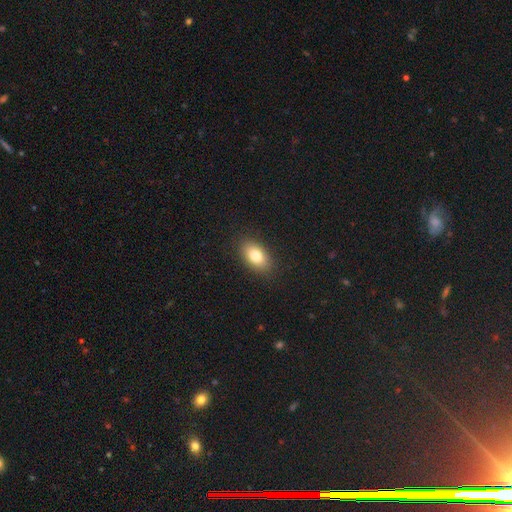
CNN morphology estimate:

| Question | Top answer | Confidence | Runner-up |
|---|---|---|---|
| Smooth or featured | smooth | 79% | featured or disk (12%) |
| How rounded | in between | 89% | round (9%) |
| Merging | none | 88% | minor disturbance (9%) |